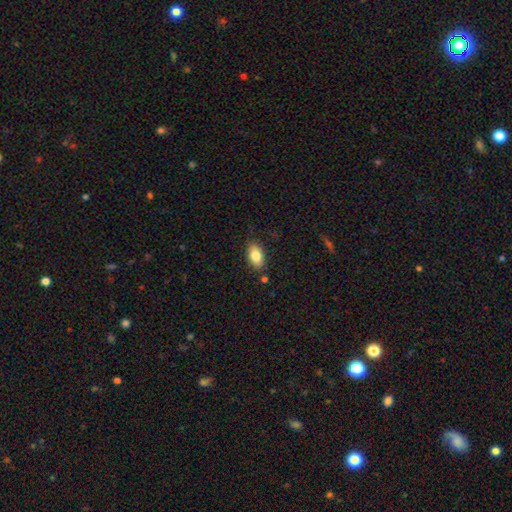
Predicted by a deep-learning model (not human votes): Morphology: type=smooth (83%); roundness=in between (92%); merging=none (82%).